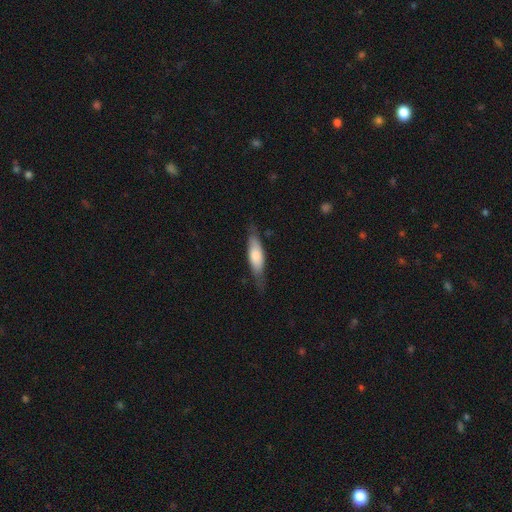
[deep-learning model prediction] Smooth or featured?
  - smooth: 68% *
  - featured or disk: 26%
  - star or artifact: 5%
How rounded?
  - cigar-shaped: 51% *
  - in between: 48%
  - round: 2%
Merging?
  - none: 67% *
  - minor disturbance: 25%
  - major disturbance: 7%
  - merger: 1%